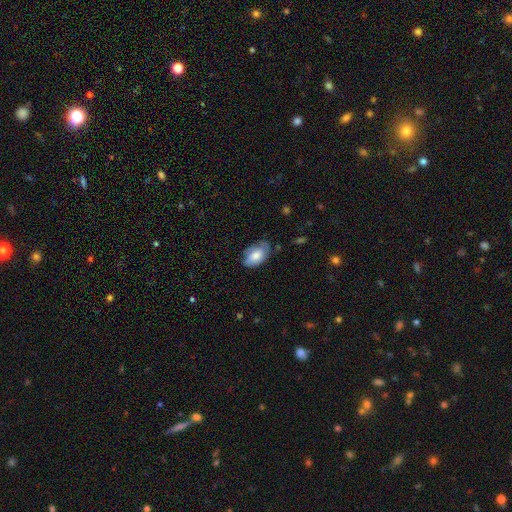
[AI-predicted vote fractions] The model was most divided on "merging": none: 62%, minor disturbance: 29%, major disturbance: 7%, merger: 2%. More confident: how rounded — in between (93%); smooth or featured — smooth (73%).